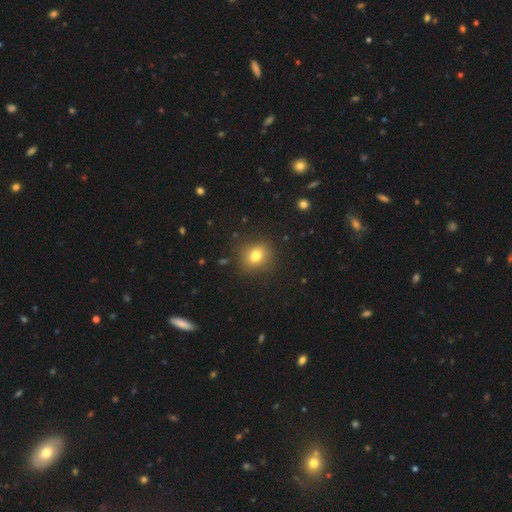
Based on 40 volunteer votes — Q: Smooth or featured?
A: smooth (85%); runner-up: featured or disk (8%)
Q: How rounded?
A: round (76%); runner-up: in between (24%)
Q: Merging?
A: none (95%); runner-up: minor disturbance (5%)